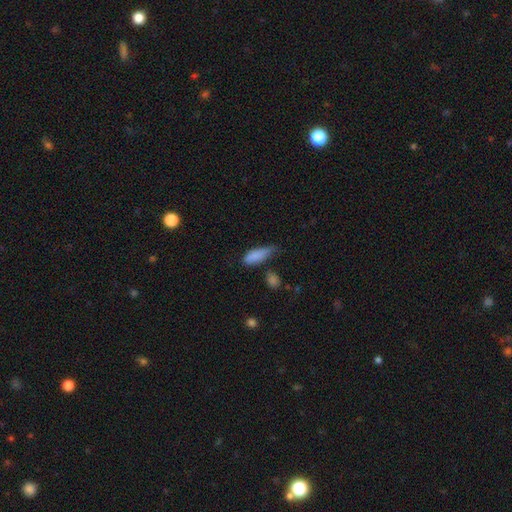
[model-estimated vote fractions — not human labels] The model was most divided on "merging": minor disturbance: 44%, none: 37%, major disturbance: 14%, merger: 6%. More confident: smooth or featured — smooth (83%); how rounded — in between (61%).